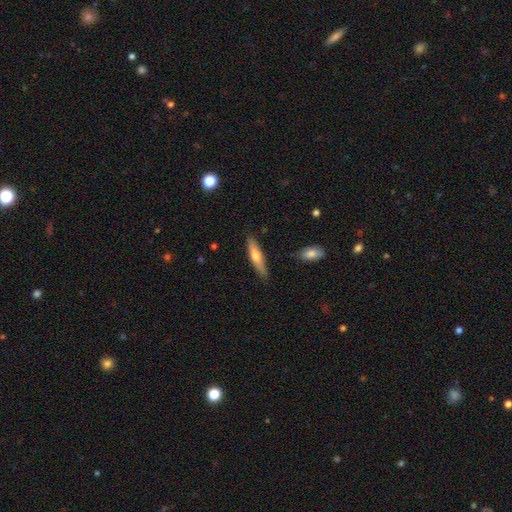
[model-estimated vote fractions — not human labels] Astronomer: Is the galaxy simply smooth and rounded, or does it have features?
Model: smooth — 58% (runner-up: featured or disk, 36%).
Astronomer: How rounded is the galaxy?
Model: cigar-shaped — 76%.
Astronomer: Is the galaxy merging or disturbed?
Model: none — 84%.